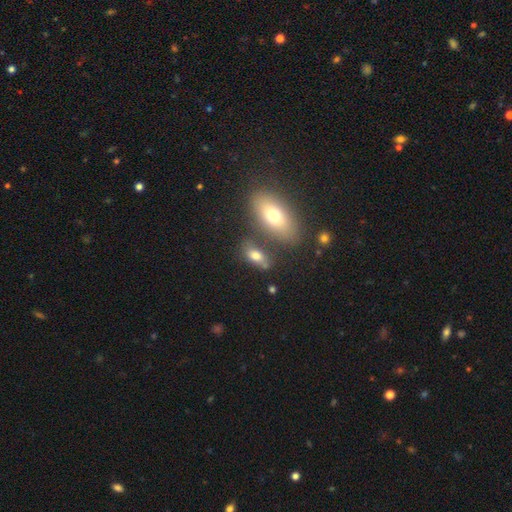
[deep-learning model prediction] Q: Smooth or featured?
A: smooth (72%); runner-up: featured or disk (17%)
Q: How rounded?
A: in between (84%); runner-up: round (9%)
Q: Merging?
A: none (57%); runner-up: merger (19%)